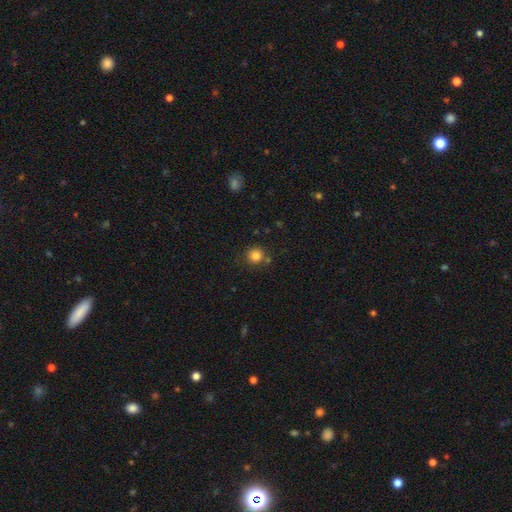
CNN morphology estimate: smooth-or-featured: smooth: 84% | star or artifact: 12% | featured or disk: 5%
  how-rounded: round: 91% | in between: 8% | cigar-shaped: 1%
  merging: none: 78% | minor disturbance: 11% | merger: 7% | major disturbance: 4%